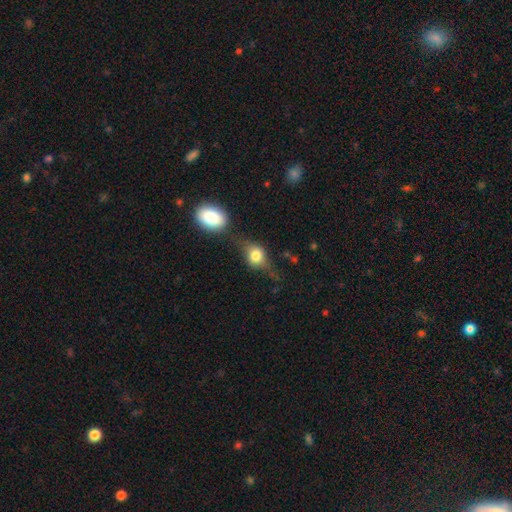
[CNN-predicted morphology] This appears to be a smooth galaxy with no disk features (69%) that is in between round and cigar-shaped (53%). Merging: none (49%).